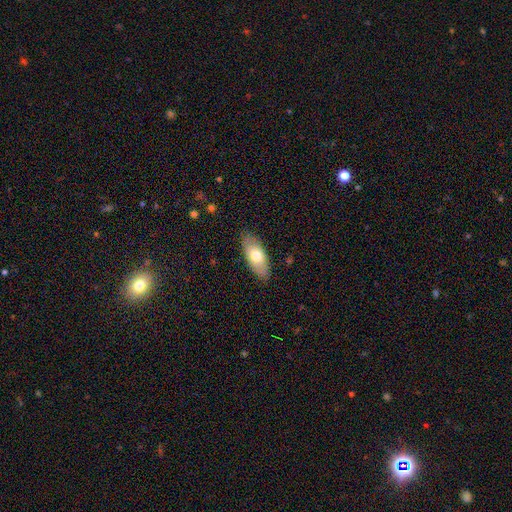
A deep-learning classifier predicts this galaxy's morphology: smooth-or-featured: smooth: 69% | featured or disk: 25% | star or artifact: 6%
  how-rounded: in between: 86% | cigar-shaped: 12% | round: 2%
  merging: none: 86% | minor disturbance: 11% | major disturbance: 2% | merger: 1%